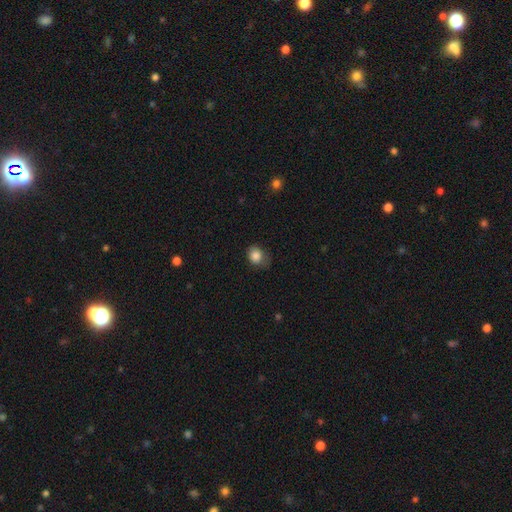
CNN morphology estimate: Q: Smooth or featured?
A: smooth (84%); runner-up: star or artifact (9%)
Q: How rounded?
A: round (52%); runner-up: in between (47%)
Q: Merging?
A: none (60%); runner-up: minor disturbance (30%)